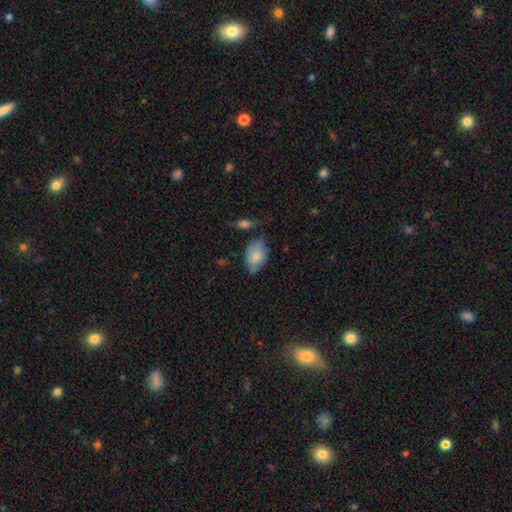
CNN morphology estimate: This is likely a smooth galaxy (73%). How rounded: clearly in between (82%). Merging: marginally none (44%).